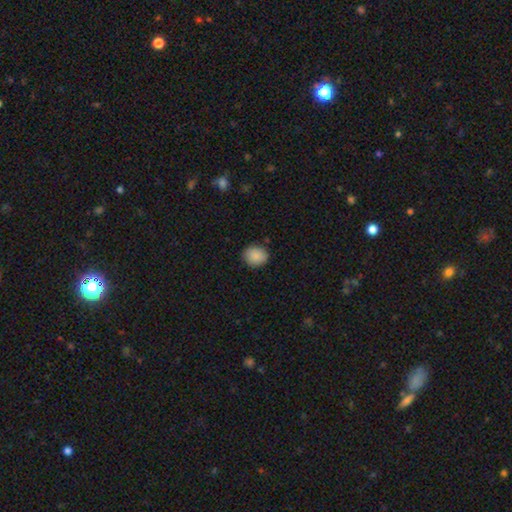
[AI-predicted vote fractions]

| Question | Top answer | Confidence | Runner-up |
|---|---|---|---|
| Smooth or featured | smooth | 88% | star or artifact (8%) |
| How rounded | round | 70% | in between (29%) |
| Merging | none | 85% | minor disturbance (11%) |